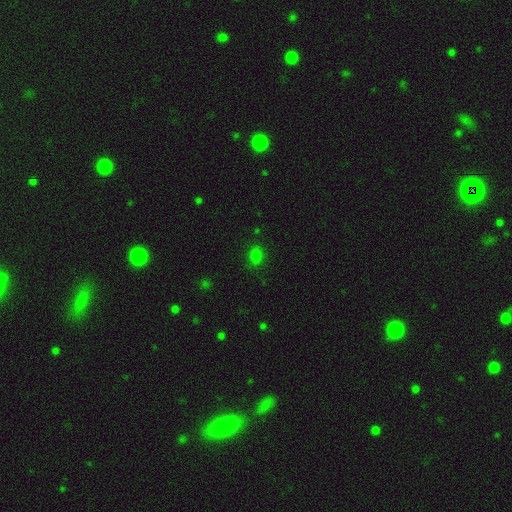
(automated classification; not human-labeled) This is likely a smooth galaxy (78%). How rounded: likely in between (71%). Merging: clearly none (82%).